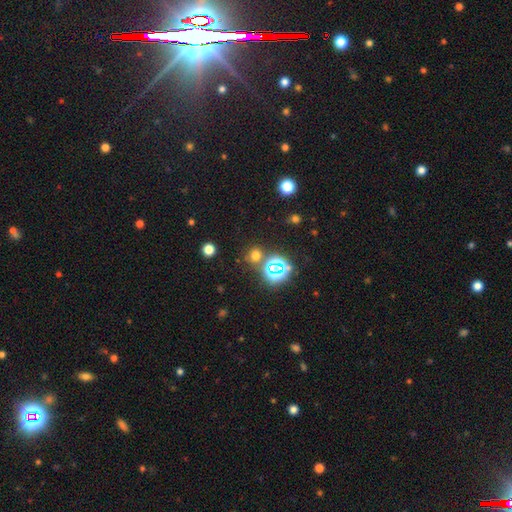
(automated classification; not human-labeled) Smooth or featured?
  - smooth: 56% *
  - star or artifact: 37%
  - featured or disk: 6%
How rounded?
  - round: 82% *
  - in between: 16%
  - cigar-shaped: 1%
Merging?
  - none: 78% *
  - merger: 10%
  - minor disturbance: 9%
  - major disturbance: 4%